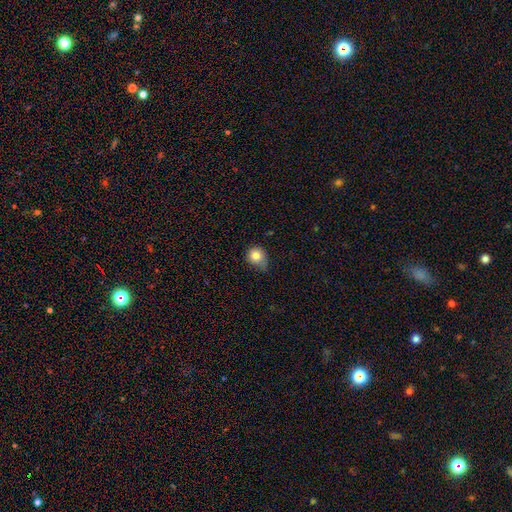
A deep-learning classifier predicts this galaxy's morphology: This appears to be a smooth galaxy with no disk features (83%) that is round (79%). Merging: none (52%).